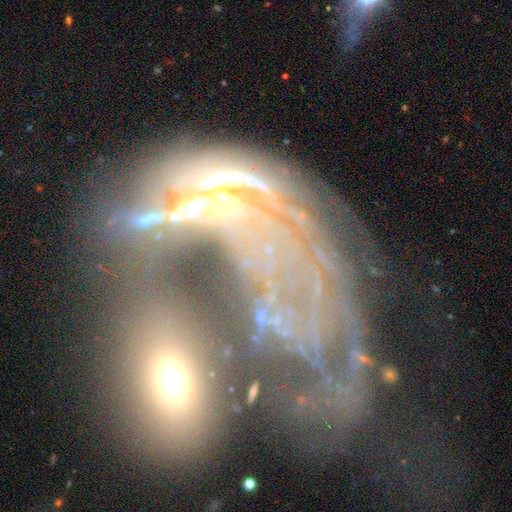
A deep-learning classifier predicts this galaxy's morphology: This is possibly a featured or disk galaxy (58%). It is clearly not viewed edge-on (87%). Bar: likely no (70%). Spiral arm pattern: possibly no (56%). Central bulge: marginally none (35%). Merging: possibly merger (48%).